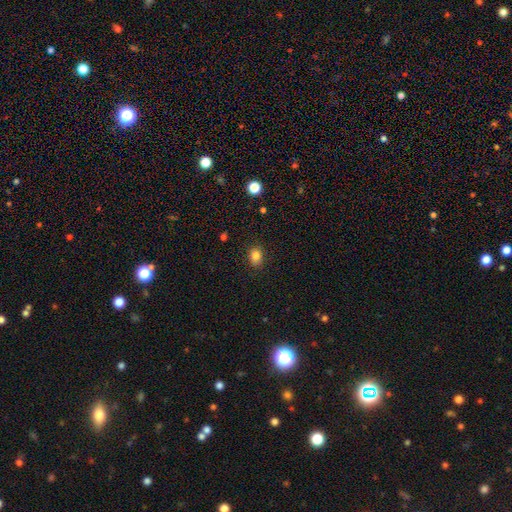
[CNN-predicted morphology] smooth 83%, star or artifact 12%, featured or disk 5%. Down the decision tree: how rounded — in between (52%); merging — none (86%).